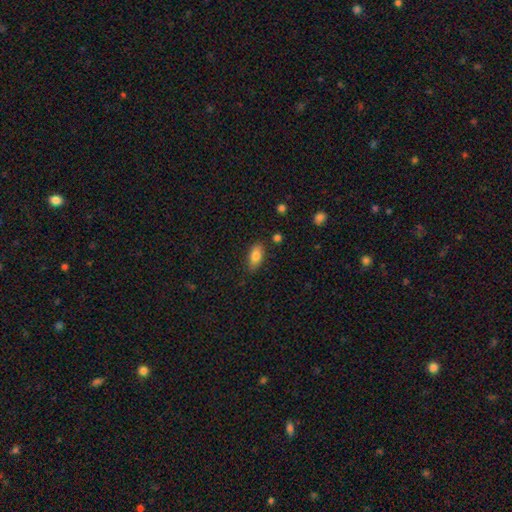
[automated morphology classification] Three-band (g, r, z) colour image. It shows a smooth galaxy with no disk features (82%) that is in between round and cigar-shaped (89%). Merging: none (80%).